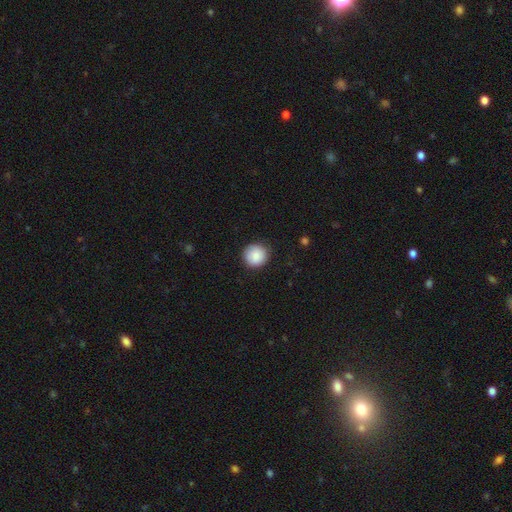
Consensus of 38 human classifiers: A smooth galaxy with no disk features (92%) that is round (100%). Merging: none (86%).